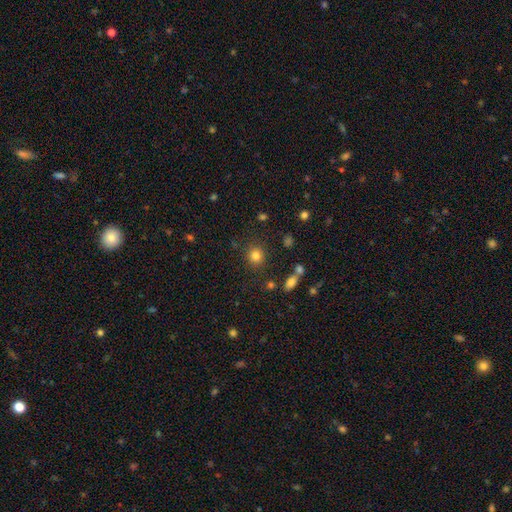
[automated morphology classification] Overall: smooth (82%). How rounded: round (87%). Merging: none (86%).